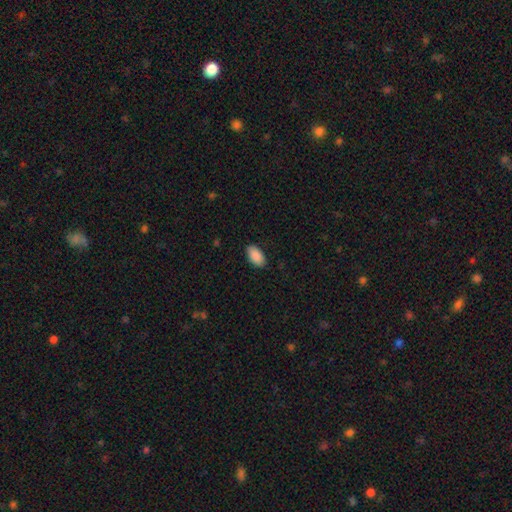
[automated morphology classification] Smooth or featured? smooth (91%)
How rounded? in between (95%)
Merging? none (88%)